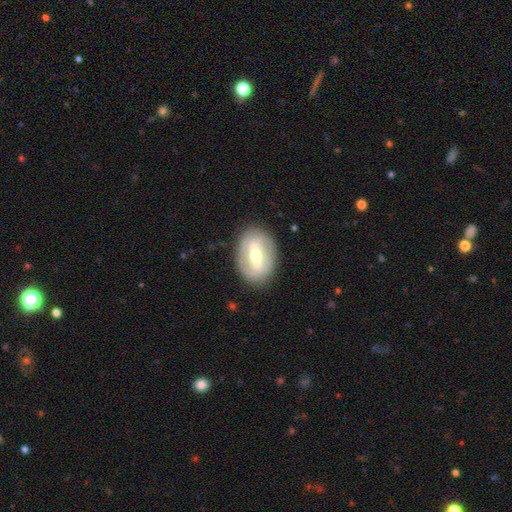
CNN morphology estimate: This is likely a featured or disk galaxy (66%). It is clearly not viewed edge-on (89%). Bar: possibly strong (59%). Spiral arm pattern: possibly no (57%). Central bulge: likely moderate (62%). Merging: clearly none (84%).